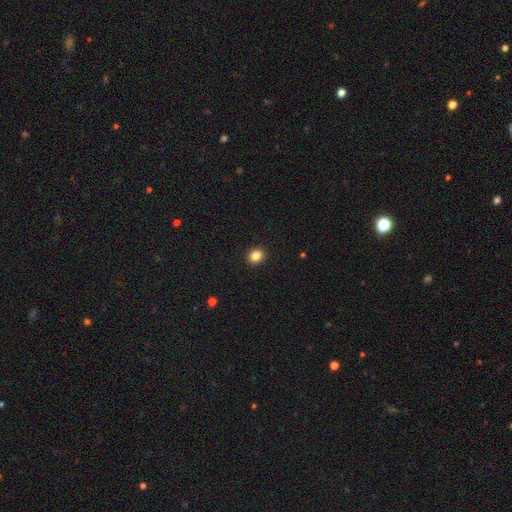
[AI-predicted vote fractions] The model was most divided on "how rounded": round: 73%, in between: 27%, cigar-shaped: 1%. More confident: merging — none (93%); smooth or featured — smooth (85%).